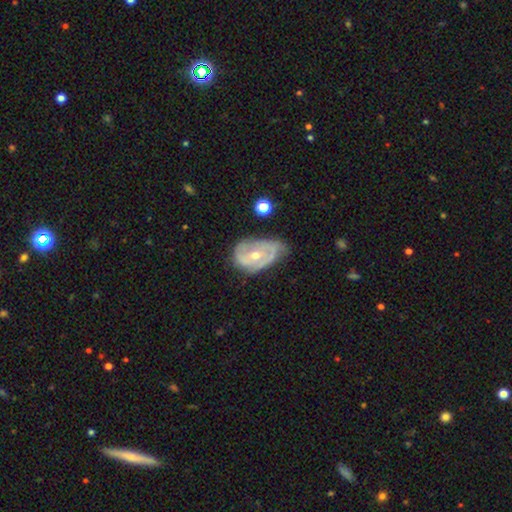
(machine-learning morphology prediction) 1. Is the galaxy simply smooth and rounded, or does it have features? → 69% featured or disk, 24% smooth, 7% star or artifact.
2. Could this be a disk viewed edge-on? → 96% no, 4% yes.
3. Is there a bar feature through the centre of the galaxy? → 67% no, 26% weak, 7% strong.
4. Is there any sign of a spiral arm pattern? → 67% yes, 33% no.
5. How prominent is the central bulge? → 57% moderate, 39% small, 2% large, 1% none, 1% dominant.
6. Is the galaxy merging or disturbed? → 41% minor disturbance, 32% none, 24% major disturbance, 3% merger.